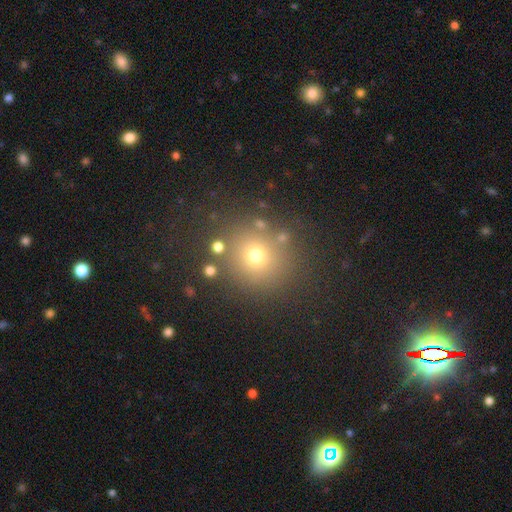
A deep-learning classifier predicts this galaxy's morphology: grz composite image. It shows a smooth galaxy with no disk features (67%) that is round (88%). Merging: none (82%).